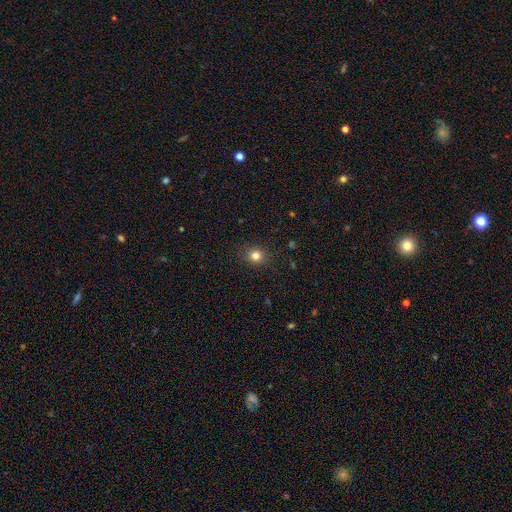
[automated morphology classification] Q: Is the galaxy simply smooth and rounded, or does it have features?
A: smooth — 81%.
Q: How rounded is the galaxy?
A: round — 84%.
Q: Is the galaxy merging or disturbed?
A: none — 89%.